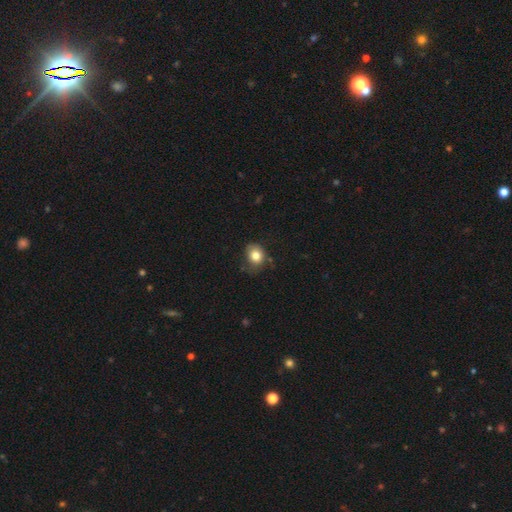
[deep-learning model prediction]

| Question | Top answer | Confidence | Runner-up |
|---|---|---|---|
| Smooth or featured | smooth | 80% | featured or disk (10%) |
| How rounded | round | 59% | in between (40%) |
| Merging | none | 62% | minor disturbance (28%) |